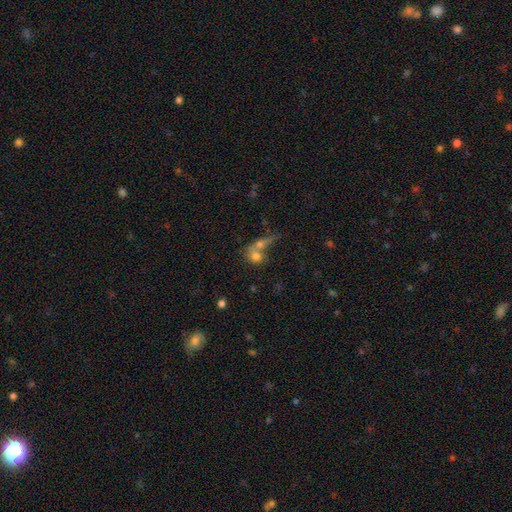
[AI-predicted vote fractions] smooth-or-featured: smooth: 71% | featured or disk: 19% | star or artifact: 11%
  how-rounded: round: 57% | in between: 38% | cigar-shaped: 5%
  merging: merger: 63% | none: 23% | minor disturbance: 7% | major disturbance: 7%